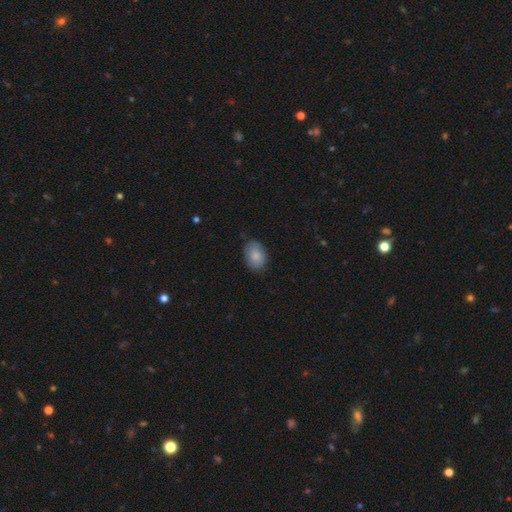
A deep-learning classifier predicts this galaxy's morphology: type=smooth (84%); roundness=in between (79%); merging=none (79%).